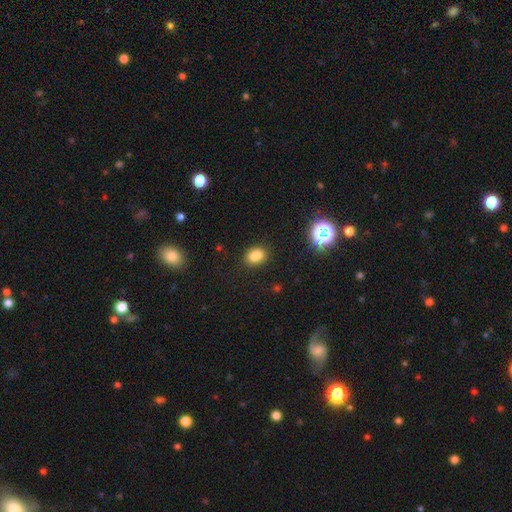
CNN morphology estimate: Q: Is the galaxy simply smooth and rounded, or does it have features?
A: smooth — 78%.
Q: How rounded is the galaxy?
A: in between — 64%.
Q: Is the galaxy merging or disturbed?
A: none — 69%.